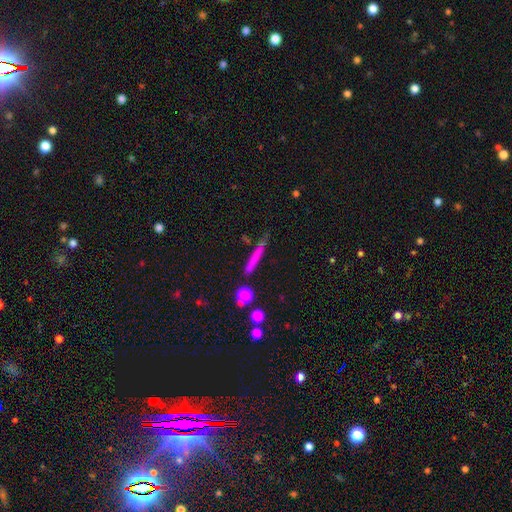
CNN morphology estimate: smooth-or-featured: smooth: 66% | featured or disk: 25% | star or artifact: 9%
  how-rounded: cigar-shaped: 90% | in between: 5% | round: 4%
  merging: none: 68% | minor disturbance: 19% | major disturbance: 7% | merger: 6%